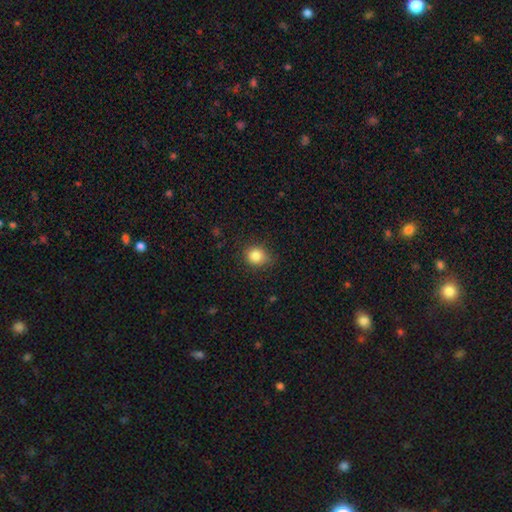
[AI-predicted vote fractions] Smooth or featured?
  - smooth: 85% *
  - star or artifact: 10%
  - featured or disk: 5%
How rounded?
  - round: 72% *
  - in between: 27%
  - cigar-shaped: 1%
Merging?
  - none: 79% *
  - minor disturbance: 16%
  - major disturbance: 4%
  - merger: 1%